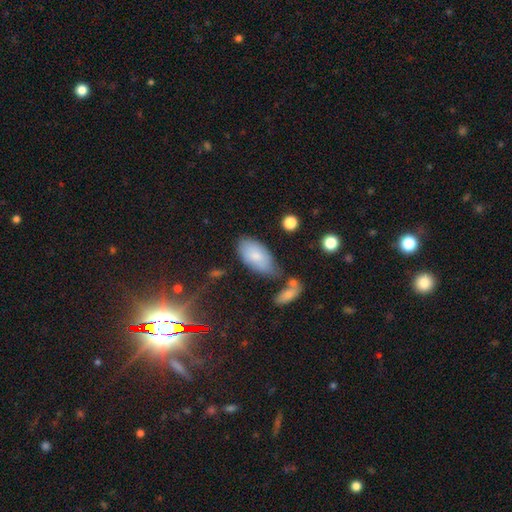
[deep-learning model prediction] Smooth or featured?
  - smooth: 78% *
  - featured or disk: 15%
  - star or artifact: 7%
How rounded?
  - in between: 94% *
  - cigar-shaped: 3%
  - round: 3%
Merging?
  - none: 56% *
  - minor disturbance: 25%
  - merger: 11%
  - major disturbance: 8%